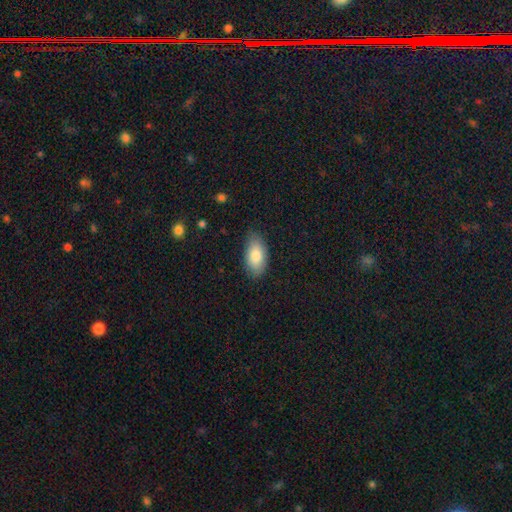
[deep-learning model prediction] Smooth or featured: smooth — 82% (featured or disk — 12%)
How rounded: in between — 93% (cigar-shaped — 3%)
Merging: none — 79% (minor disturbance — 17%)